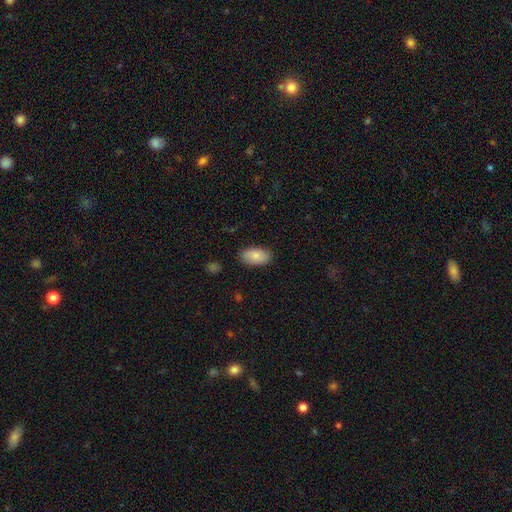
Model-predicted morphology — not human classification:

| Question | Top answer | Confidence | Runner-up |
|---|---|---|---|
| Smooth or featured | smooth | 85% | featured or disk (9%) |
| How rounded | in between | 95% | round (3%) |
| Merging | none | 86% | minor disturbance (10%) |